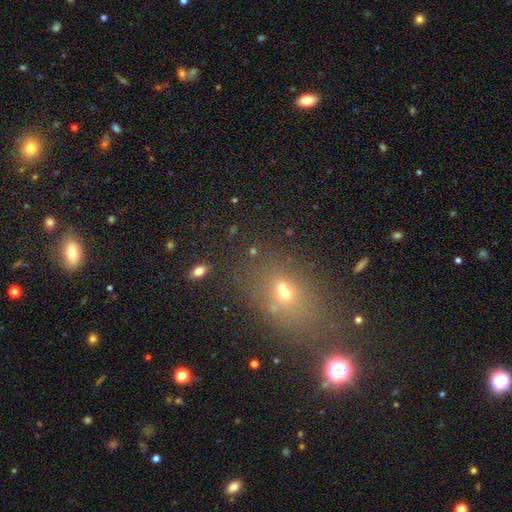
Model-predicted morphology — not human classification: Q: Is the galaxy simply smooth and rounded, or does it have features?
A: smooth — 50%.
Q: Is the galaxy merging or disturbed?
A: none — 72%.